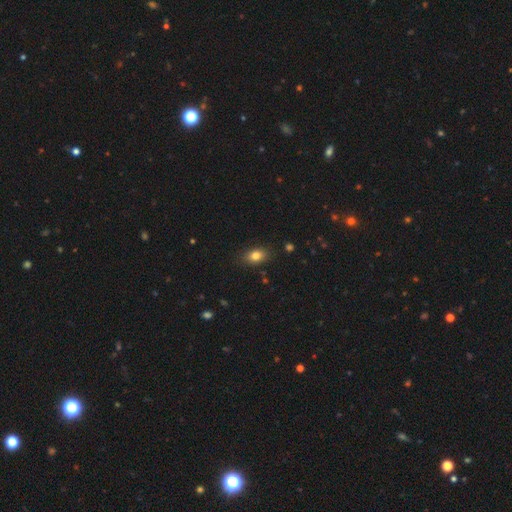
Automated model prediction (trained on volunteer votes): Morphology: type=smooth (81%); roundness=in between (81%); merging=none (84%).